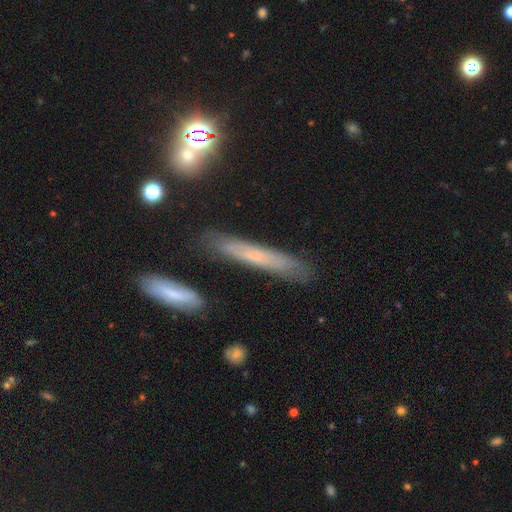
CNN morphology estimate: Smooth or featured?
  - smooth: 57% *
  - featured or disk: 33%
  - star or artifact: 10%
How rounded?
  - cigar-shaped: 94% *
  - in between: 5%
  - round: 2%
Merging?
  - none: 84% *
  - minor disturbance: 11%
  - merger: 2%
  - major disturbance: 2%